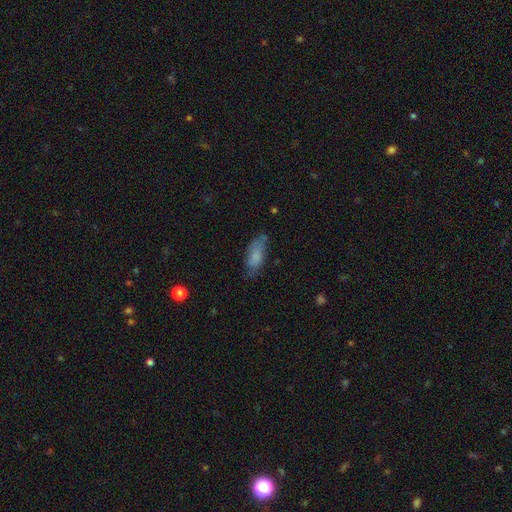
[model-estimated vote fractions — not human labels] A smooth galaxy with no disk features (72%) that is in between round and cigar-shaped (77%). Merging: none (62%).